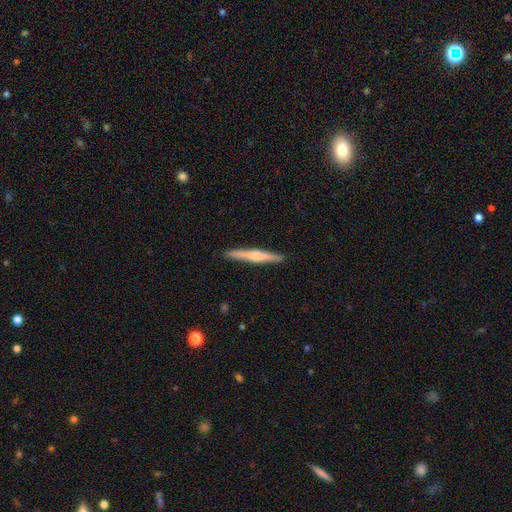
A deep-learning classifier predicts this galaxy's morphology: A featured or disk galaxy (59%) viewed edge-on (98%) with a rounded central bulge (79%). Merging: none (92%).